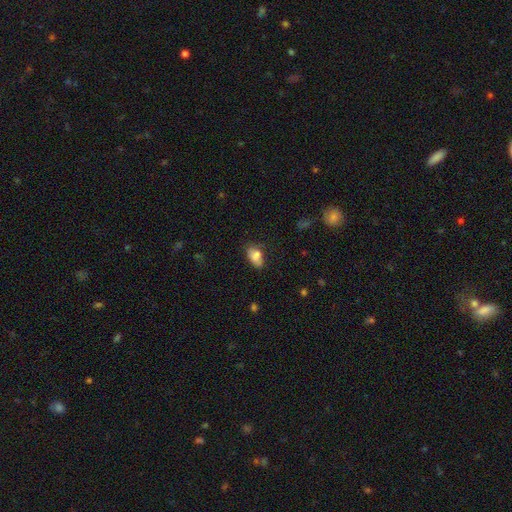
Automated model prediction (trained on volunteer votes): Q: Smooth or featured?
A: smooth (80%); runner-up: featured or disk (11%)
Q: How rounded?
A: in between (90%); runner-up: round (7%)
Q: Merging?
A: none (55%); runner-up: minor disturbance (29%)